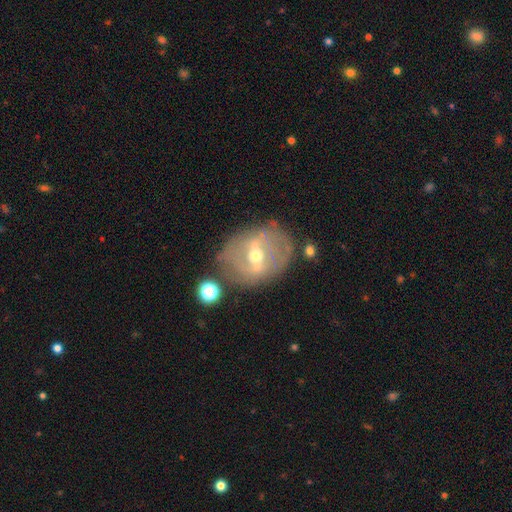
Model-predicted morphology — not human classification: A featured or disk galaxy (79%) with a strong bar (53%), spiral arms (58%) and a moderate central bulge (61%). Merging: none (71%).